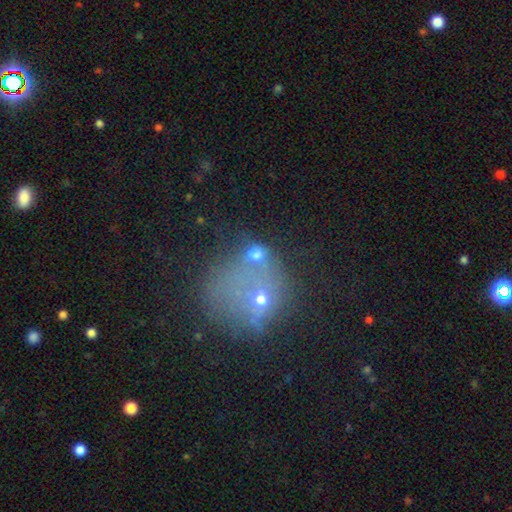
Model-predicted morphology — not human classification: A smooth galaxy with no disk features (48%). Merging: merger (41%).